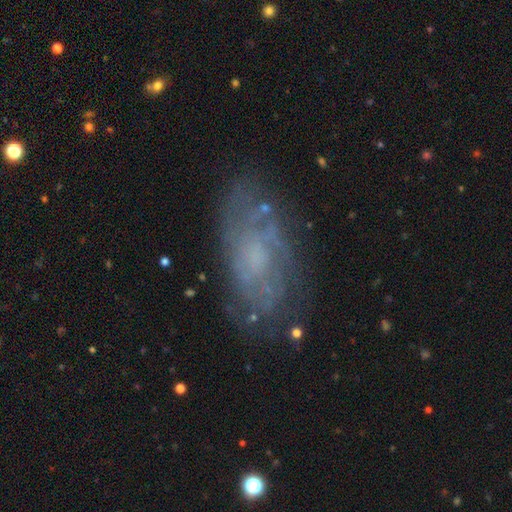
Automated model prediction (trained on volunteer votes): Morphology: type=featured or disk (68%); edge-on=no (92%); bar=no (71%); spiral arms=yes (77%); bulge=small (38%); merging=none (75%).